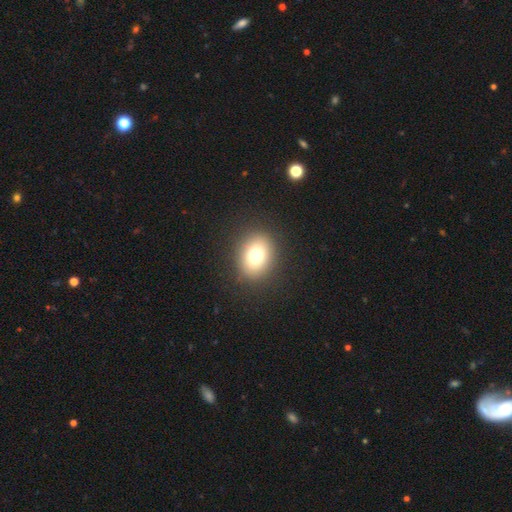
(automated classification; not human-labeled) This appears to be a smooth galaxy with no disk features (76%) that is round (50%). Merging: none (89%).